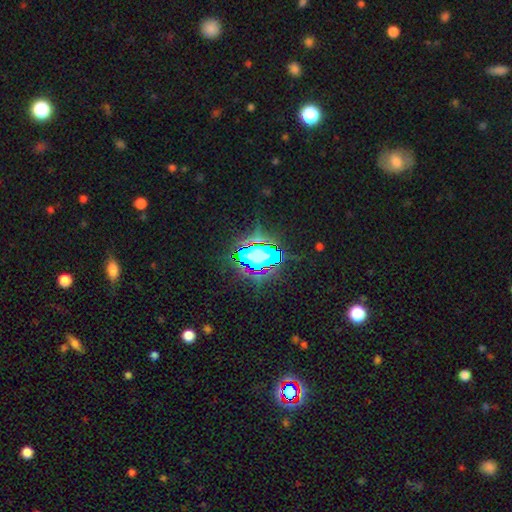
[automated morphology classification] A star or artifact, not a galaxy (61%).